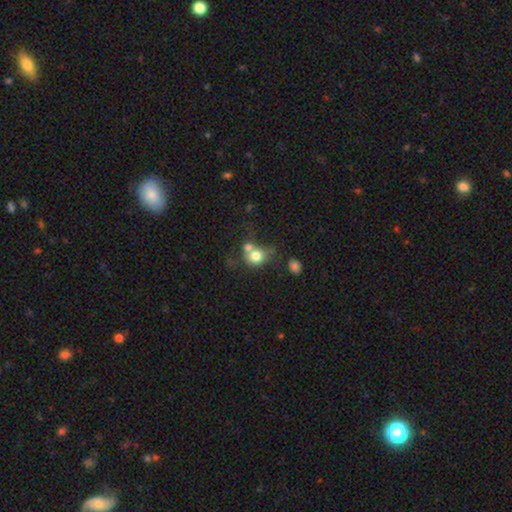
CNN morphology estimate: type=smooth (74%); roundness=round (74%); merging=merger (50%).